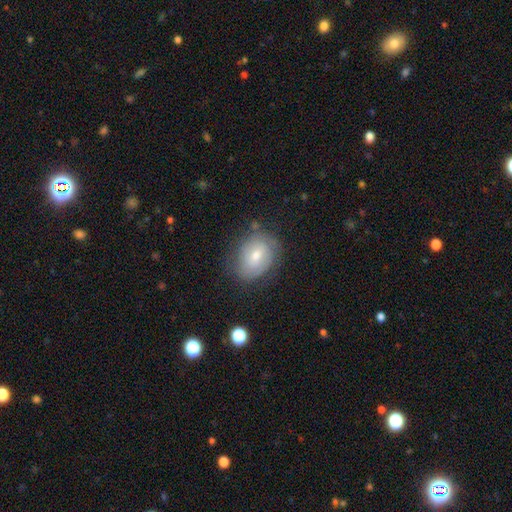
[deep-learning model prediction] smooth-or-featured: smooth: 47% | featured or disk: 44% | star or artifact: 9%
  merging: none: 71% | minor disturbance: 20% | major disturbance: 6% | merger: 2%